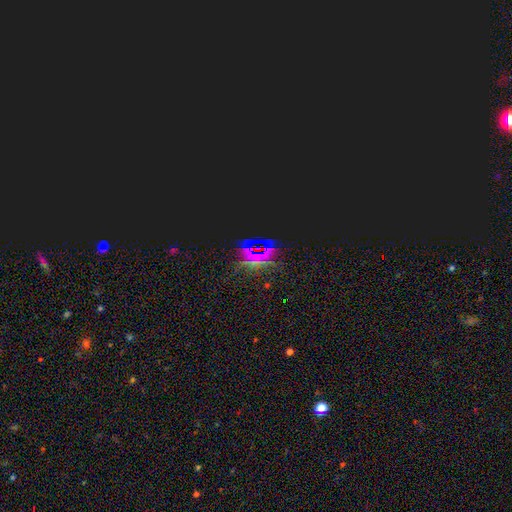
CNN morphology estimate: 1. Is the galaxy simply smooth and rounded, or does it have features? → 83% star or artifact, 10% smooth, 7% featured or disk.